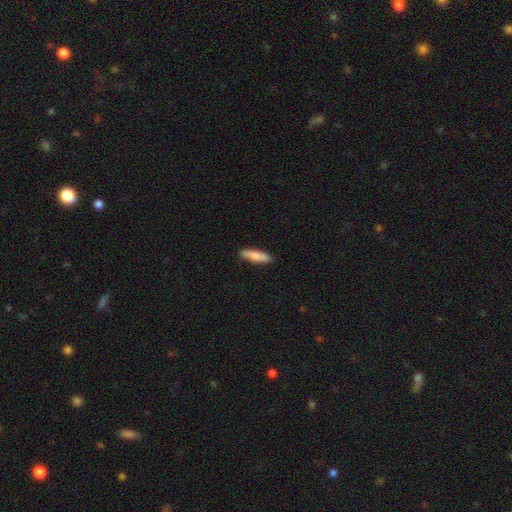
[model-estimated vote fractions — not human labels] Q: Smooth or featured?
A: smooth (81%); runner-up: featured or disk (14%)
Q: How rounded?
A: cigar-shaped (68%); runner-up: in between (30%)
Q: Merging?
A: none (88%); runner-up: minor disturbance (9%)